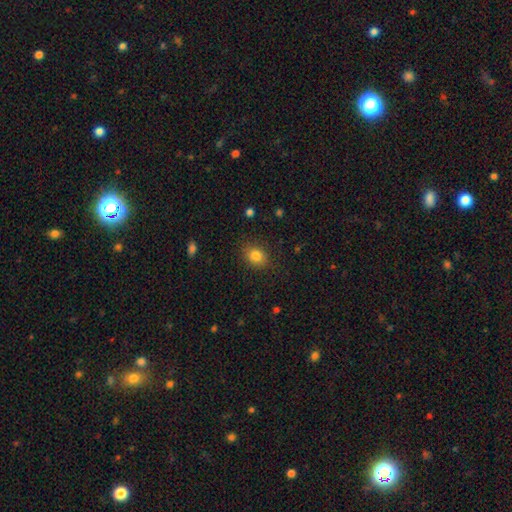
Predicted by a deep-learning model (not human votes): Q: Smooth or featured?
A: smooth (83%); runner-up: star or artifact (10%)
Q: How rounded?
A: in between (53%); runner-up: round (46%)
Q: Merging?
A: none (85%); runner-up: minor disturbance (11%)